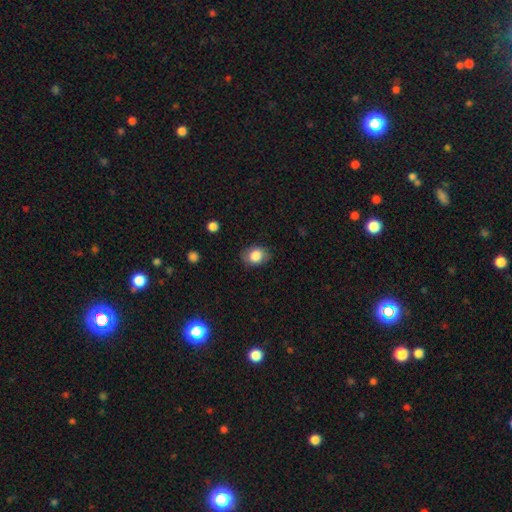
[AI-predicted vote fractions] A smooth galaxy with no disk features (83%) that is in between round and cigar-shaped (55%).

Vote fractions:
- Smooth or featured? smooth: 83% / featured or disk: 9% / star or artifact: 8%
- How rounded? in between: 55% / round: 44% / cigar-shaped: 1%
- Merging? none: 78% / minor disturbance: 17% / major disturbance: 4% / merger: 1%